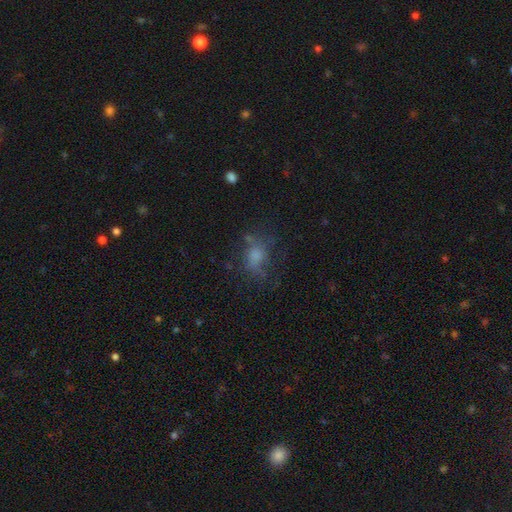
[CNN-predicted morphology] Smooth or featured: smooth — 58% (featured or disk — 25%)
How rounded: in between — 53% (round — 44%)
Merging: none — 52% (major disturbance — 23%)